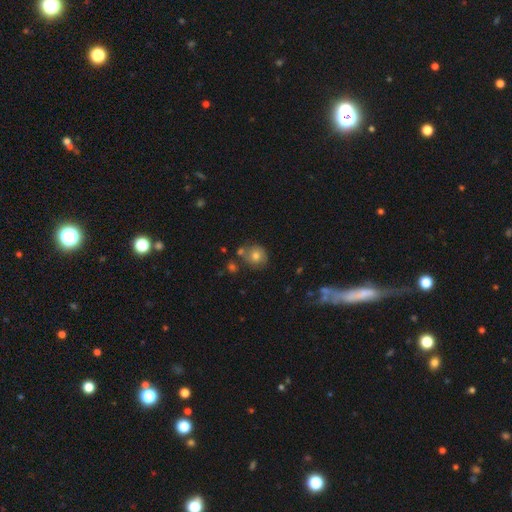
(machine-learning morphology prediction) This is likely a smooth galaxy (68%). How rounded: clearly round (80%). Merging: likely none (62%).